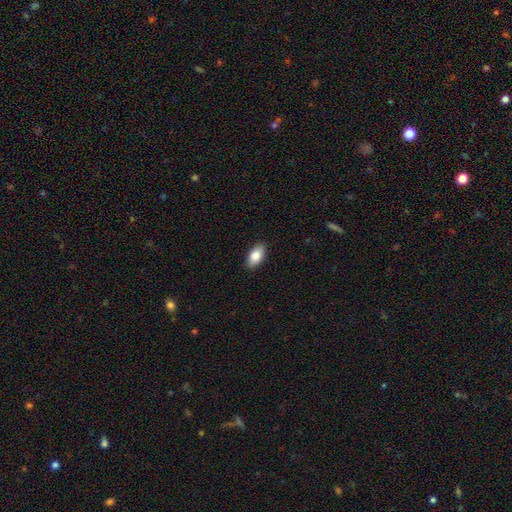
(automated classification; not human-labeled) This is clearly a smooth galaxy (84%). How rounded: clearly in between (92%). Merging: clearly none (89%).